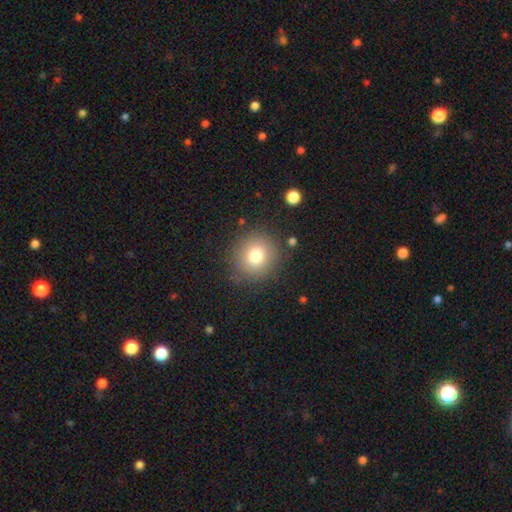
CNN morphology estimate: Q: Smooth or featured?
A: smooth (78%); runner-up: star or artifact (12%)
Q: How rounded?
A: round (91%); runner-up: in between (8%)
Q: Merging?
A: none (85%); runner-up: minor disturbance (9%)